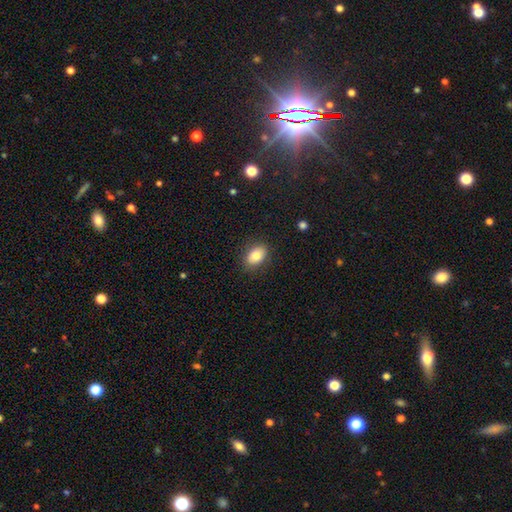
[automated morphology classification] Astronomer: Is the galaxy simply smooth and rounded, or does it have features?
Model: smooth — 83%.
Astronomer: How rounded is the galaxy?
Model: in between — 86%.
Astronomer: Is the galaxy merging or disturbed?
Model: none — 86%.